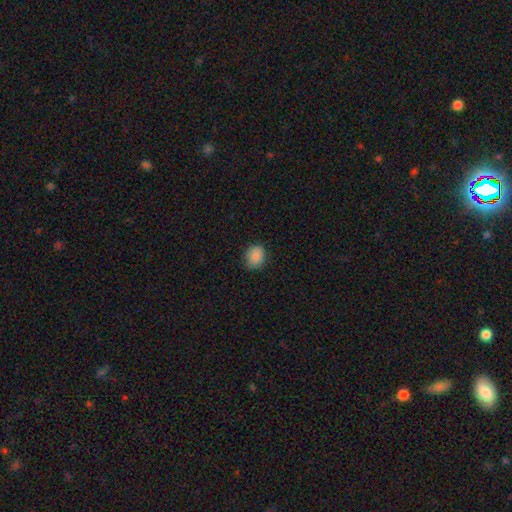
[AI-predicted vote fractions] Smooth or featured? Predicted: smooth (p=0.87). How rounded? Predicted: round (p=0.65). Merging? Predicted: none (p=0.78).